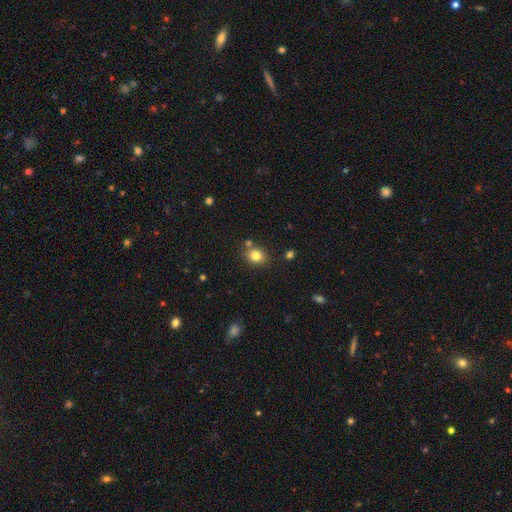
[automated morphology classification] This is clearly a smooth galaxy (81%). How rounded: likely round (68%). Merging: likely none (74%).